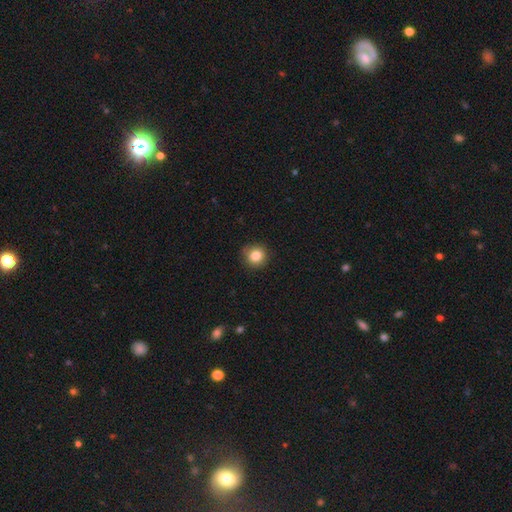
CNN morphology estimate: Smooth or featured: smooth — 84% (star or artifact — 10%)
How rounded: round — 91% (in between — 8%)
Merging: none — 88% (minor disturbance — 9%)